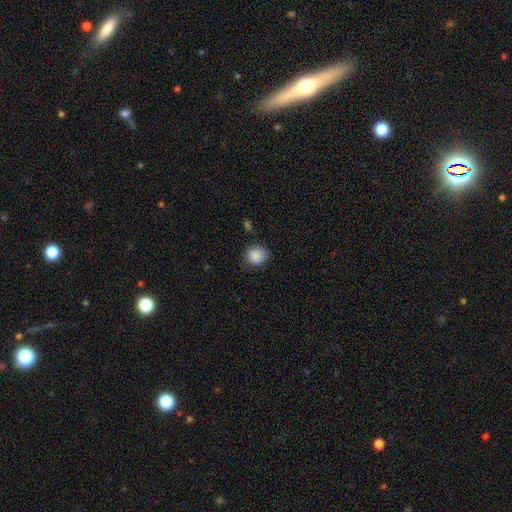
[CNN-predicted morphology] This is clearly a smooth galaxy (88%). How rounded: clearly round (82%). Merging: likely none (79%).